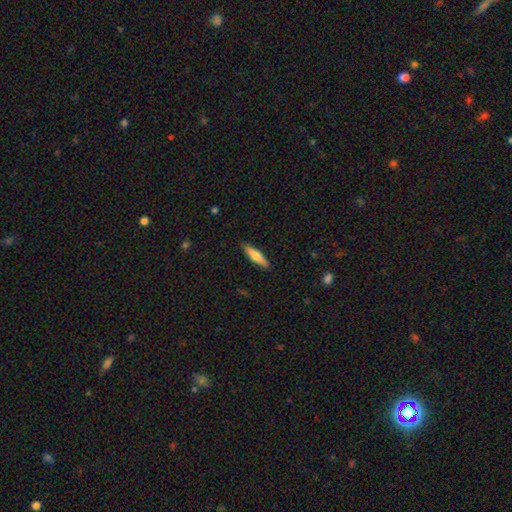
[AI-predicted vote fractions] Smooth or featured? Predicted: smooth (p=0.69). How rounded? Predicted: cigar-shaped (p=0.76). Merging? Predicted: none (p=0.89).